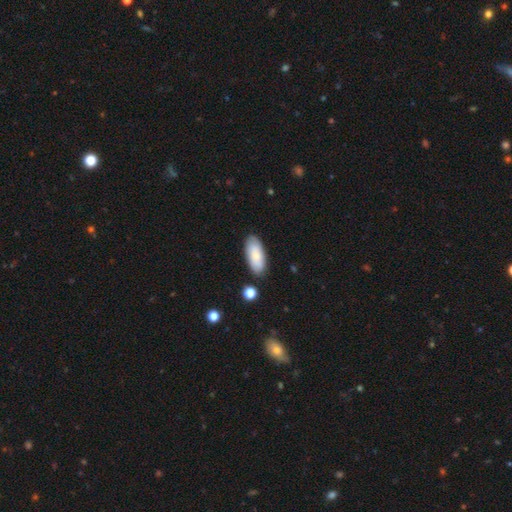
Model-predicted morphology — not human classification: smooth-or-featured: smooth: 81% | featured or disk: 12% | star or artifact: 6%
  how-rounded: in between: 85% | cigar-shaped: 13% | round: 2%
  merging: none: 84% | minor disturbance: 11% | merger: 3% | major disturbance: 2%